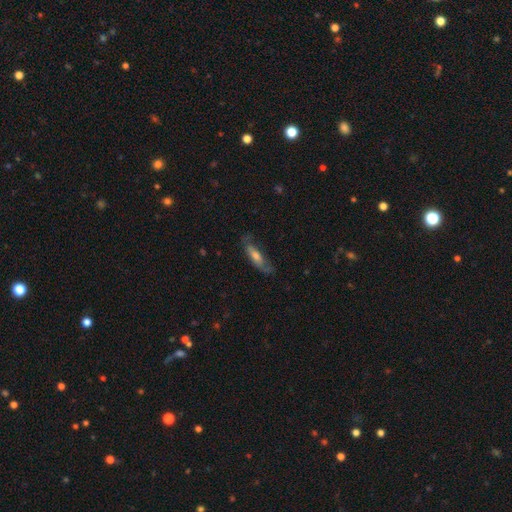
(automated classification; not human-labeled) A featured or disk galaxy (47%). Merging: none (62%).